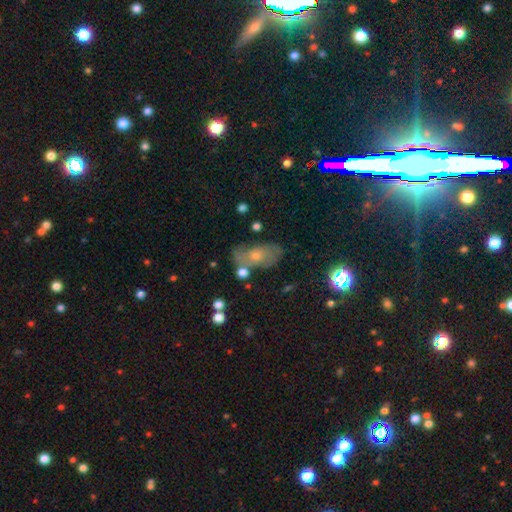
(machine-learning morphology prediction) Smooth or featured?
  - featured or disk: 44% *
  - smooth: 38%
  - star or artifact: 18%
Merging?
  - none: 59% *
  - minor disturbance: 22%
  - major disturbance: 10%
  - merger: 9%